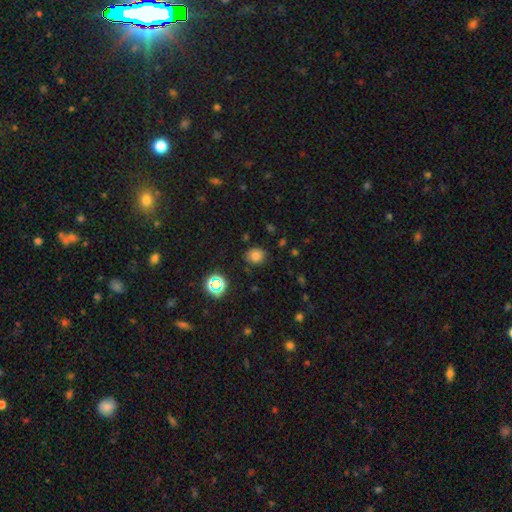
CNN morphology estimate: Q: Smooth or featured?
A: smooth (75%); runner-up: star or artifact (17%)
Q: How rounded?
A: round (62%); runner-up: in between (37%)
Q: Merging?
A: none (81%); runner-up: minor disturbance (14%)